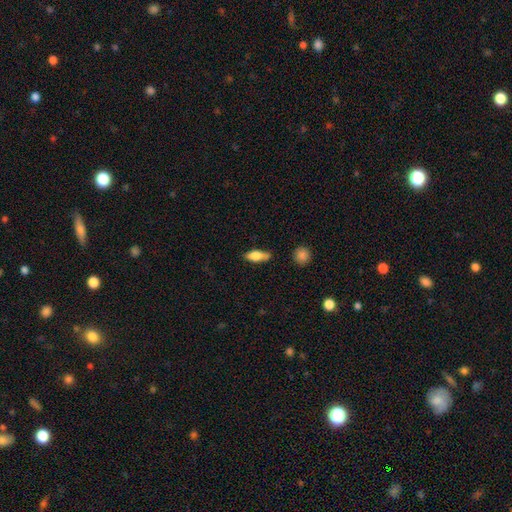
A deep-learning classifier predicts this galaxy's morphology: A smooth galaxy with no disk features (74%) that is in between round and cigar-shaped (72%).

Vote fractions:
- Smooth or featured? smooth: 74% / featured or disk: 19% / star or artifact: 7%
- How rounded? in between: 72% / cigar-shaped: 25% / round: 4%
- Merging? none: 65% / minor disturbance: 24% / merger: 6% / major disturbance: 5%